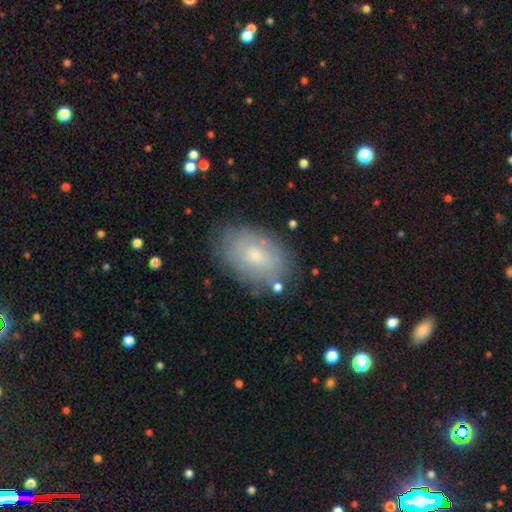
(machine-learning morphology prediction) This appears to be a smooth galaxy with no disk features (52%) that is in between round and cigar-shaped (90%). Merging: none (76%).